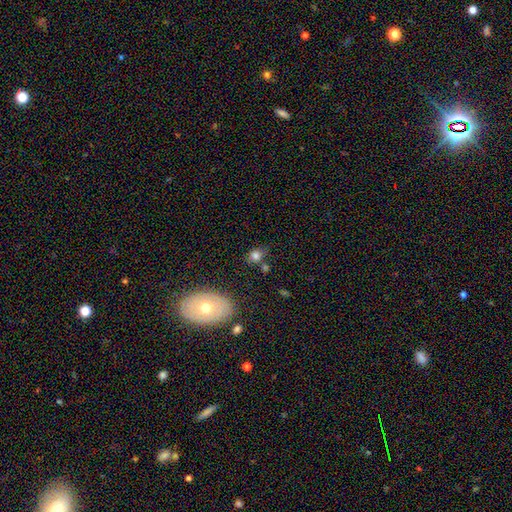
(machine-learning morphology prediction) type=smooth (77%); roundness=round (62%); merging=none (62%).